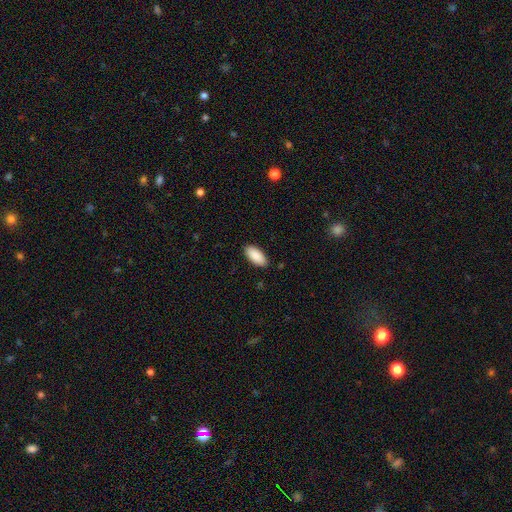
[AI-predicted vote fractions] Smooth or featured: smooth — 90% (star or artifact — 6%)
How rounded: in between — 92% (cigar-shaped — 6%)
Merging: none — 89% (minor disturbance — 8%)